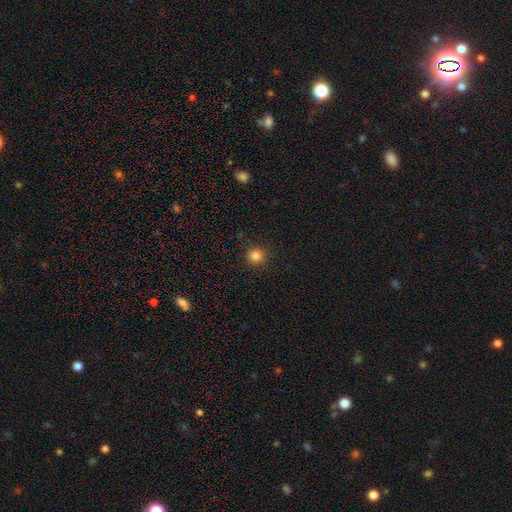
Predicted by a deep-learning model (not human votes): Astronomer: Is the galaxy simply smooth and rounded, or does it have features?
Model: smooth — 84%.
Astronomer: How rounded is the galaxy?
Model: round — 93%.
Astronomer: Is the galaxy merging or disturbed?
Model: none — 90%.